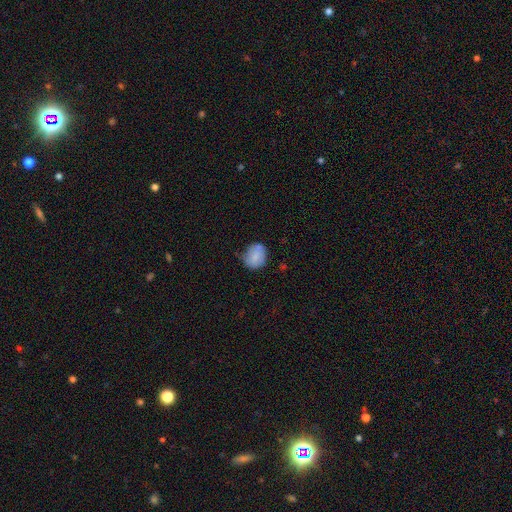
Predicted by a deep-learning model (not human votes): The model was most divided on "merging": none: 61%, minor disturbance: 29%, major disturbance: 6%, merger: 4%. More confident: smooth or featured — smooth (78%); how rounded — round (67%).